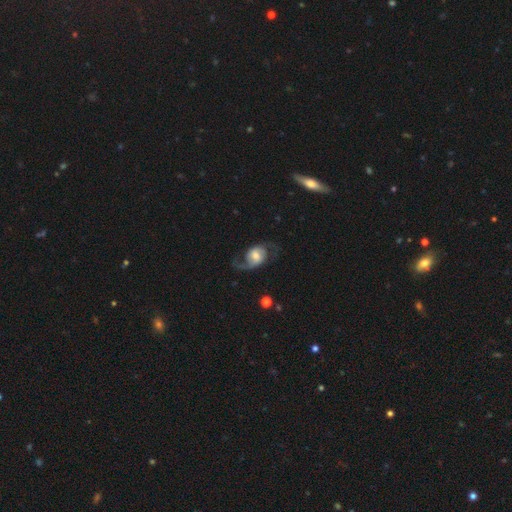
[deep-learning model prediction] Overall: featured or disk (76%). Edge-on disk: no (97%). Bar: no (44%, tied with weak). Spiral arms: yes (93%). Spiral arm count: 2 (77%). Spiral winding: loose (57%; medium 34%). Bulge size: moderate (51%; small 24%). Merging: none (57%; major disturbance 23%).